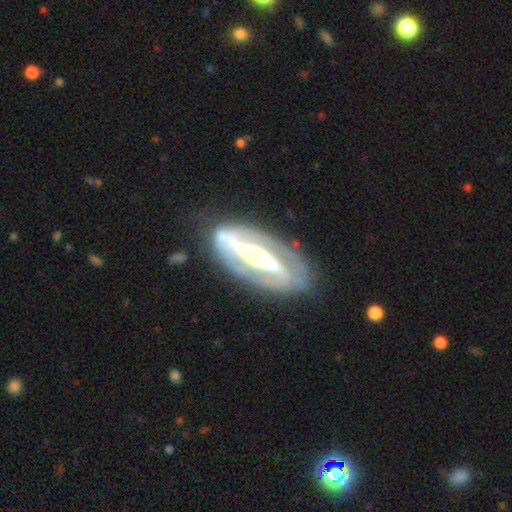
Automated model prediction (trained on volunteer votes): This appears to be a featured or disk galaxy (88%) with a strong bar (75%), 2 (89%) medium (42%) spiral arms (87%) and a moderate central bulge (59%). Merging: none (79%).